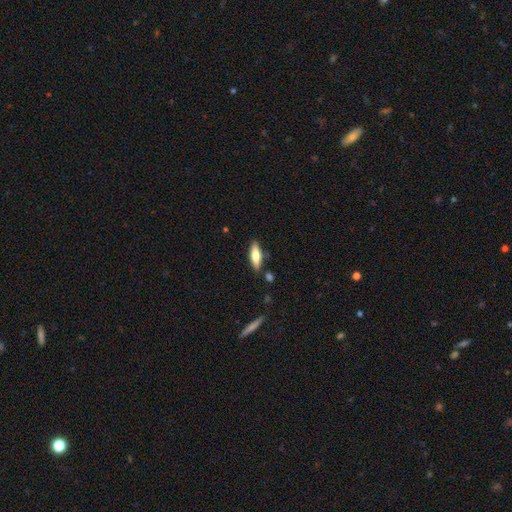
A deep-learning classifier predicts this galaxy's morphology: Smooth or featured: smooth — 55% (featured or disk — 38%)
How rounded: cigar-shaped — 54% (in between — 44%)
Merging: none — 81% (minor disturbance — 12%)